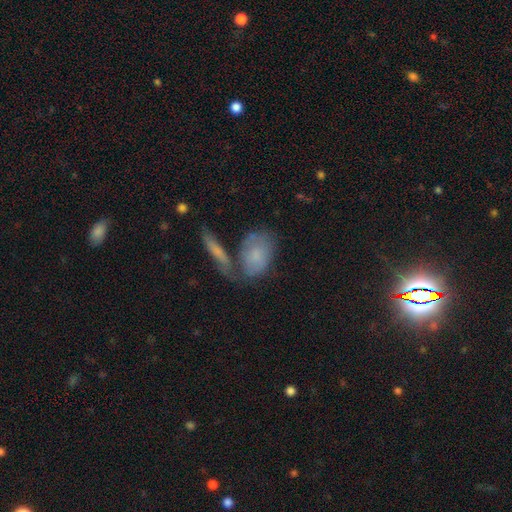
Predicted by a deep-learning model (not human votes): This is likely a smooth galaxy (69%). How rounded: clearly in between (83%). Merging: marginally none (41%).